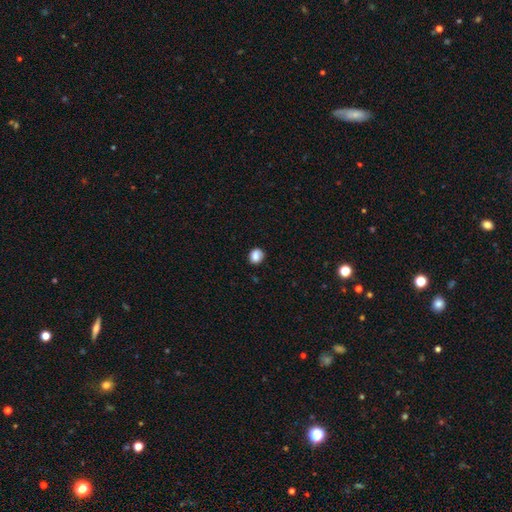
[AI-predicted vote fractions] smooth-or-featured: smooth: 84% | star or artifact: 10% | featured or disk: 6%
  how-rounded: round: 62% | in between: 37% | cigar-shaped: 1%
  merging: none: 78% | minor disturbance: 16% | major disturbance: 4% | merger: 2%